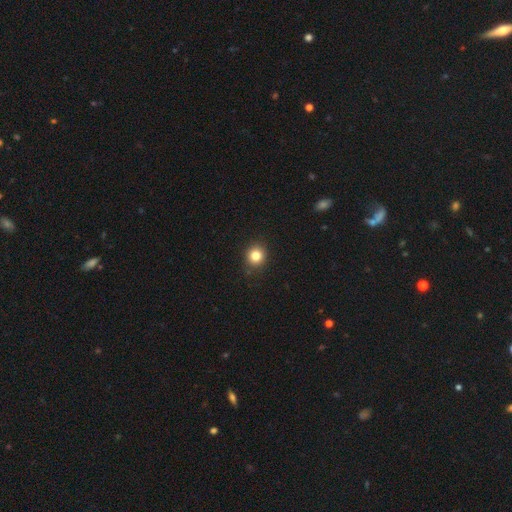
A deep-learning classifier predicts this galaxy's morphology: A smooth galaxy with no disk features (82%) that is round (88%). Merging: none (90%).